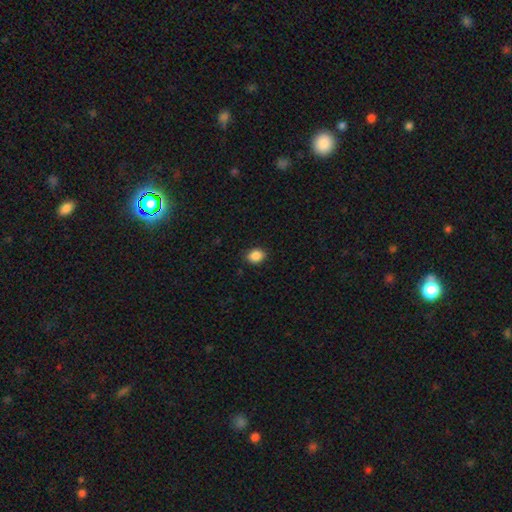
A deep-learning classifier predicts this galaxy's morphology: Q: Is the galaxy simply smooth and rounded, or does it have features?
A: smooth — 88%.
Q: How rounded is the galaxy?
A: round — 50%.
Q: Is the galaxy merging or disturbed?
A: none — 87%.